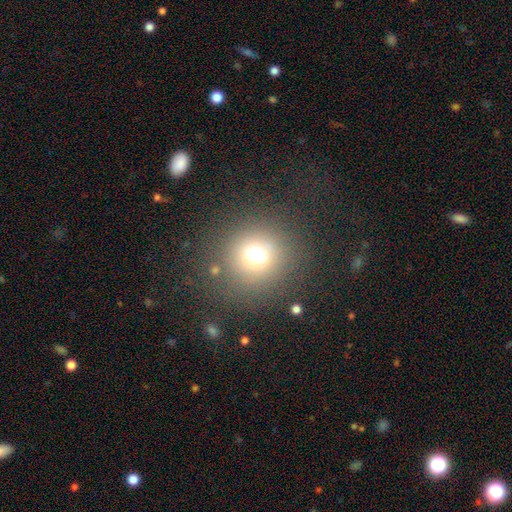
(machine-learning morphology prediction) This appears to be a smooth galaxy with no disk features (68%) that is round (90%). Merging: none (80%).